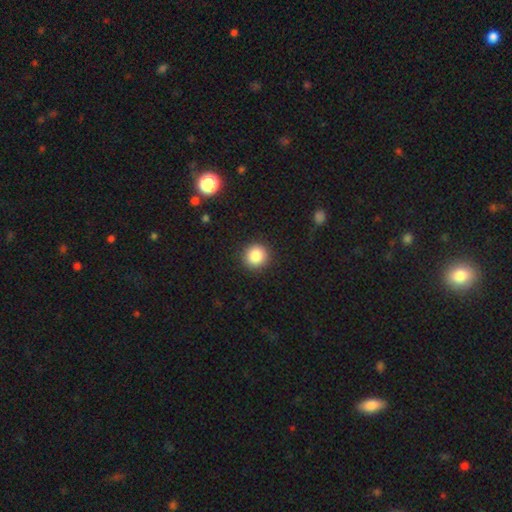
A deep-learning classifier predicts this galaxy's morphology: Smooth or featured?
  - smooth: 86% *
  - star or artifact: 10%
  - featured or disk: 5%
How rounded?
  - round: 93% *
  - in between: 6%
  - cigar-shaped: 1%
Merging?
  - none: 92% *
  - minor disturbance: 6%
  - major disturbance: 2%
  - merger: 1%